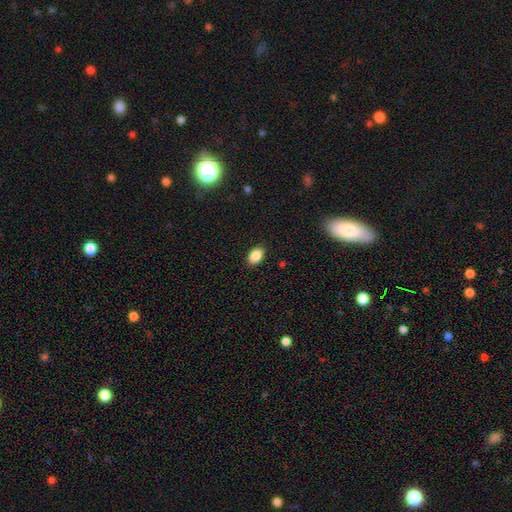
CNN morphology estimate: This appears to be a smooth galaxy with no disk features (87%) that is in between round and cigar-shaped (87%). Merging: none (89%).